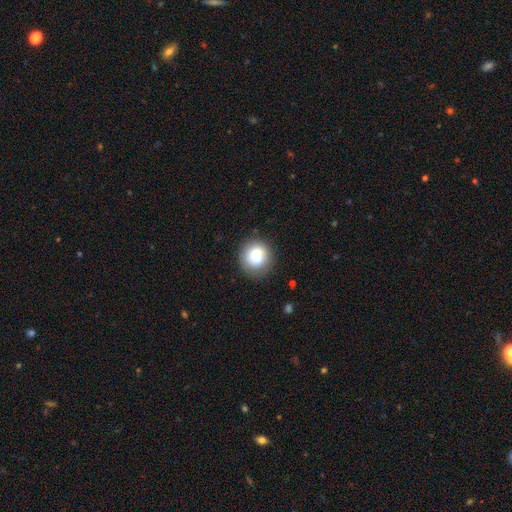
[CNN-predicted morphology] A smooth galaxy with no disk features (67%) that is round (88%).

Vote fractions:
- Smooth or featured? smooth: 67% / featured or disk: 25% / star or artifact: 9%
- How rounded? round: 88% / in between: 11% / cigar-shaped: 1%
- Merging? none: 74% / minor disturbance: 15% / major disturbance: 6% / merger: 5%